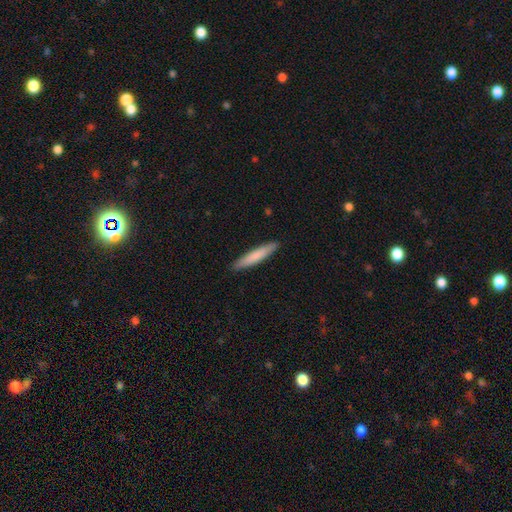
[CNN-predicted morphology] smooth 77%, featured or disk 18%, star or artifact 5%. Down the decision tree: how rounded — cigar-shaped (93%); merging — none (91%).